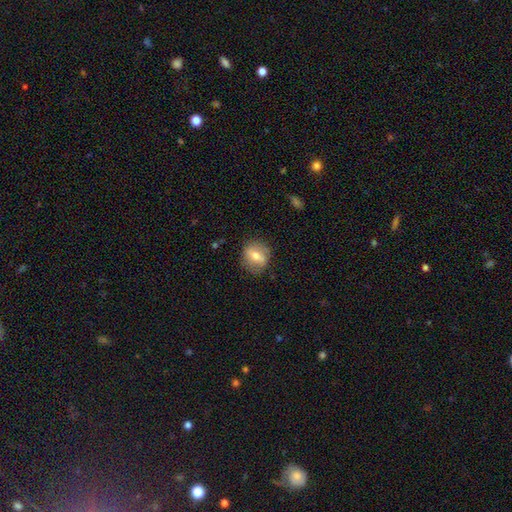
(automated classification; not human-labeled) Smooth or featured? smooth (58%)
How rounded? round (64%)
Merging? none (79%)